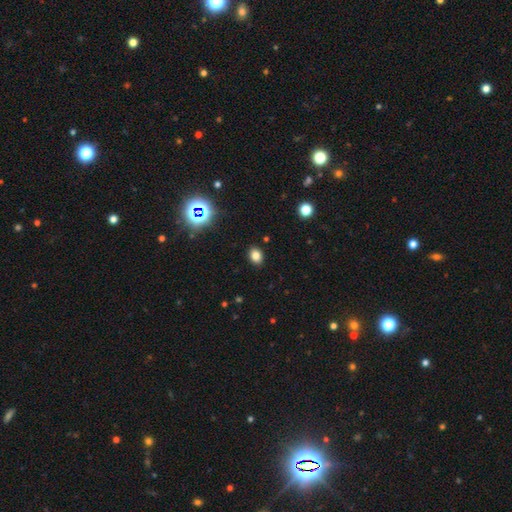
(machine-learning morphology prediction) A smooth galaxy with no disk features (79%) that is in between round and cigar-shaped (57%).

Vote fractions:
- Smooth or featured? smooth: 79% / star or artifact: 15% / featured or disk: 6%
- How rounded? in between: 57% / round: 42% / cigar-shaped: 1%
- Merging? none: 90% / minor disturbance: 7% / major disturbance: 2% / merger: 1%